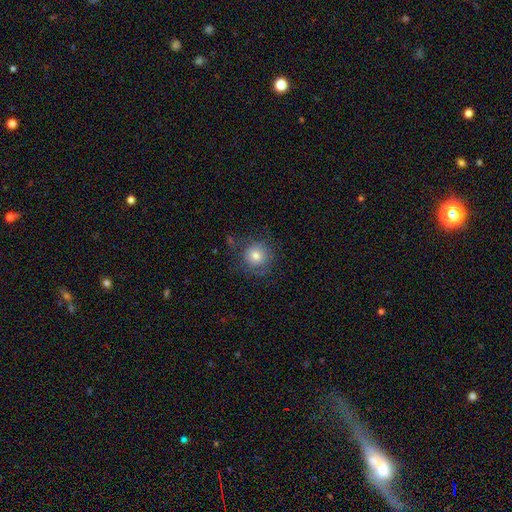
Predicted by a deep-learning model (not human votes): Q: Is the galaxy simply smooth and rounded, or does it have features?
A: smooth — 75%.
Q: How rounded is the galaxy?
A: round — 93%.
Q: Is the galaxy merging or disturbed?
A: none — 75%.